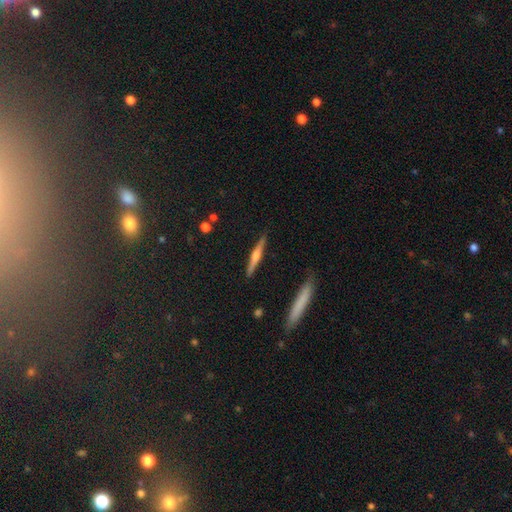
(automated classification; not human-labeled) smooth_or_featured: featured or disk (p=0.62) [alt: smooth p=0.31]
disk_edge_on: yes (p=0.97) [alt: no p=0.03]
edge_on_bulge: rounded (p=0.75) [alt: none p=0.13]
merging: none (p=0.89) [alt: minor disturbance p=0.08]